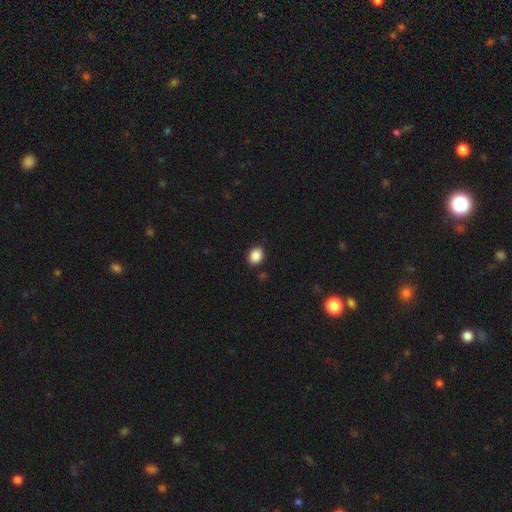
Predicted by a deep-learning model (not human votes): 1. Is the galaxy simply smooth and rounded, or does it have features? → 88% smooth, 9% star or artifact, 3% featured or disk.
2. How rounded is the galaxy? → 52% in between, 47% round, 1% cigar-shaped.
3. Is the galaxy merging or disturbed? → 88% none, 8% minor disturbance, 2% major disturbance, 2% merger.